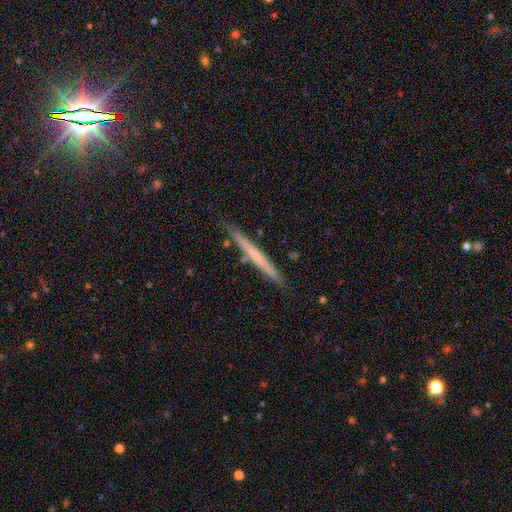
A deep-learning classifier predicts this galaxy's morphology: Overall: smooth (50%; featured or disk 44%). Merging: none (86%).